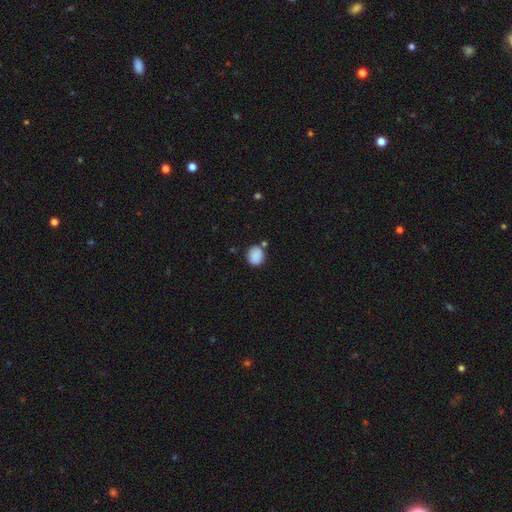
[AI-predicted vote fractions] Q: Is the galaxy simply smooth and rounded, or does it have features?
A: smooth — 87%.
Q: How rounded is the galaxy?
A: round — 68%.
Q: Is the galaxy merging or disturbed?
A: none — 72%.